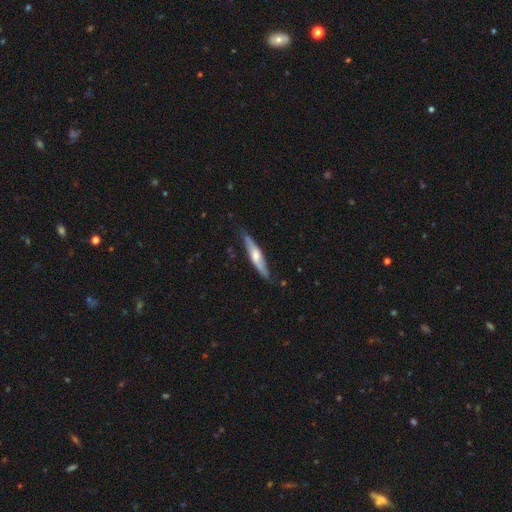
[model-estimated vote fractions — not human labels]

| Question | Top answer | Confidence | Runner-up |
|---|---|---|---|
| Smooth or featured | featured or disk | 48% | smooth (47%) |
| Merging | none | 79% | minor disturbance (17%) |